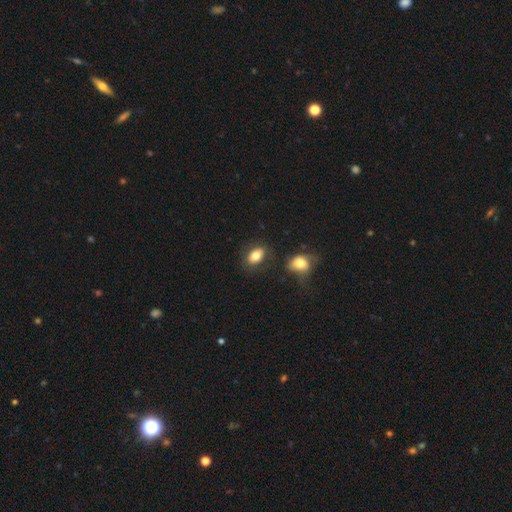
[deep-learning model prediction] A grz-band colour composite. It shows a smooth galaxy with no disk features (80%) that is in between round and cigar-shaped (81%). Merging: none (76%).